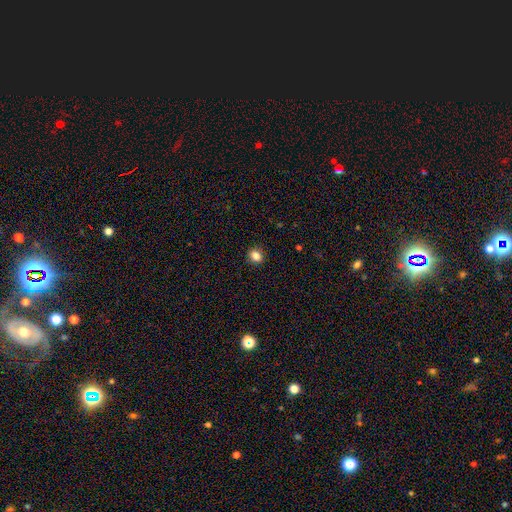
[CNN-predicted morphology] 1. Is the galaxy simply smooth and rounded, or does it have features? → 84% smooth, 11% star or artifact, 5% featured or disk.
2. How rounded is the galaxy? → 67% round, 32% in between, 1% cigar-shaped.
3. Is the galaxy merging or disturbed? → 90% none, 7% minor disturbance, 2% major disturbance, 1% merger.